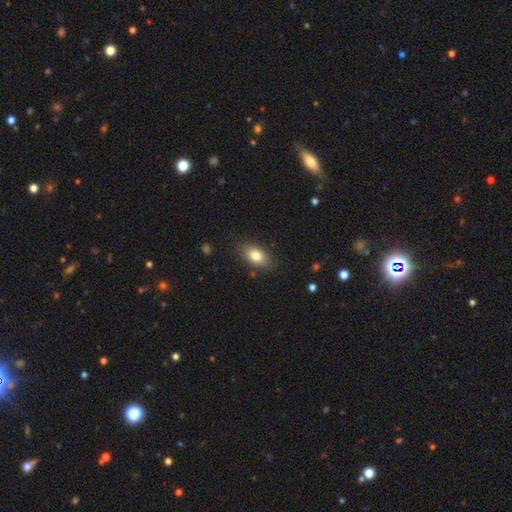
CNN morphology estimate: Overall: smooth (82%). How rounded: in between (89%). Merging: none (84%).